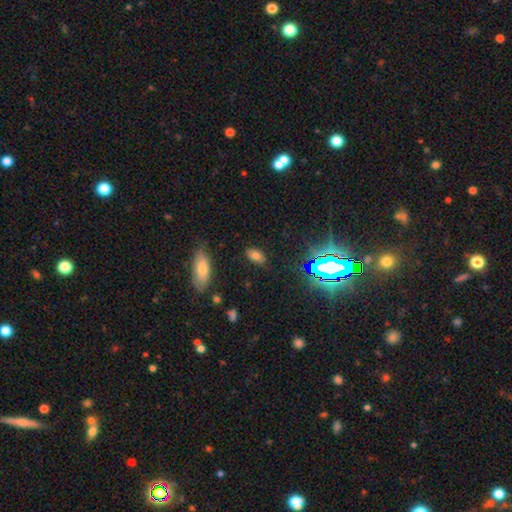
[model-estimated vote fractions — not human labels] Q: Smooth or featured?
A: smooth (68%); runner-up: star or artifact (21%)
Q: How rounded?
A: in between (90%); runner-up: round (7%)
Q: Merging?
A: none (84%); runner-up: minor disturbance (11%)